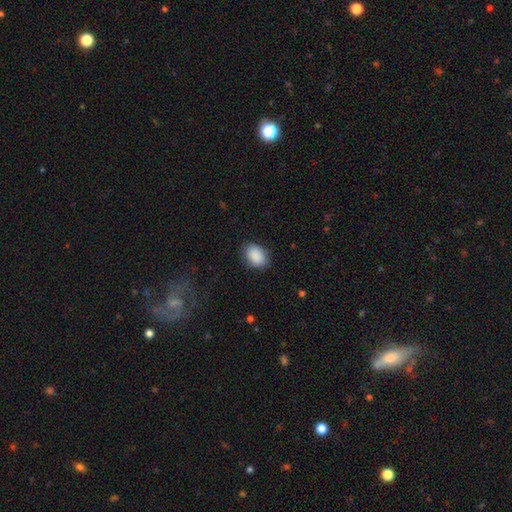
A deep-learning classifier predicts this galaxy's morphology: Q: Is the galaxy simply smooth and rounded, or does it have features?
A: smooth — 90%.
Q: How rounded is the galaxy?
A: in between — 79%.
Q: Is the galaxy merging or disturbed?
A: none — 85%.